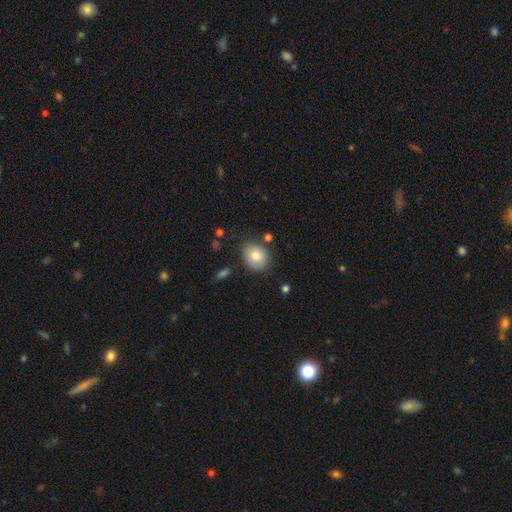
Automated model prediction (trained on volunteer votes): A smooth galaxy with no disk features (78%) that is round (60%). Merging: none (79%).